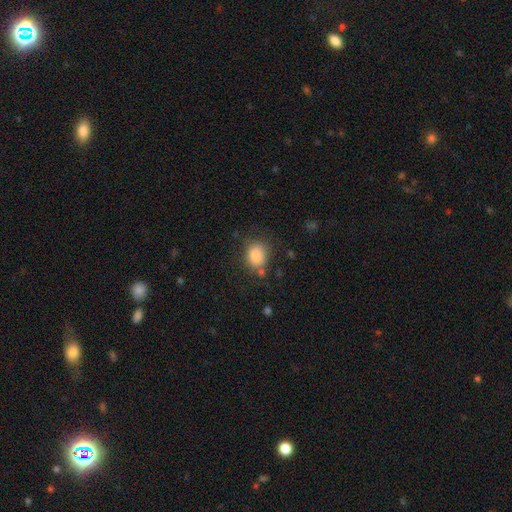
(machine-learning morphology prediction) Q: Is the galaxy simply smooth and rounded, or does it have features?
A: smooth — 84%.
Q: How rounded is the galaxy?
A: round — 56%.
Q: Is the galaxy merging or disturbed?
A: none — 70%.